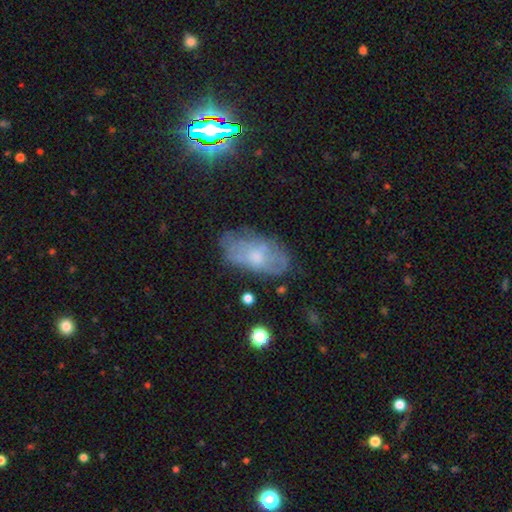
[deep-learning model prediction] Q: Smooth or featured?
A: smooth (46%); runner-up: featured or disk (44%)
Q: Merging?
A: none (61%); runner-up: minor disturbance (25%)